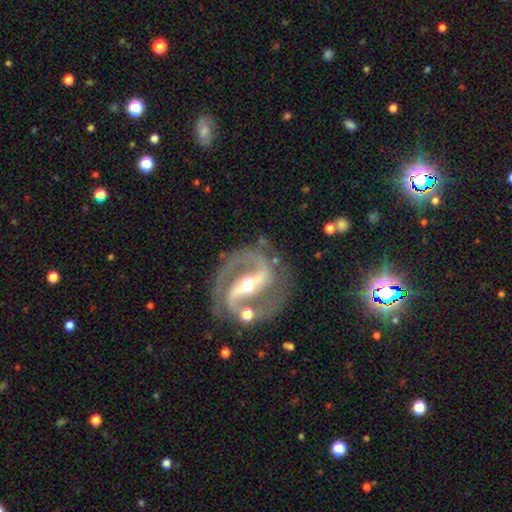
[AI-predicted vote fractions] A featured or disk galaxy (92%) with a strong bar (73%), 2 (93%) medium (61%) spiral arms (98%) and a moderate central bulge (59%).

Vote fractions:
- Smooth or featured? featured or disk: 92% / star or artifact: 5% / smooth: 3%
- Edge-on disk? no: 96% / yes: 4%
- Bar? strong: 73% / weak: 18% / no: 9%
- Spiral arms? yes: 98% / no: 2%
- Spiral winding? medium: 61% / tight: 25% / loose: 14%
- Spiral arm count? 2: 93% / can't tell: 2% / 3: 2% / 1: 1% / 4: 1% / more than 4: 1%
- Bulge size? moderate: 59% / small: 37% / large: 3% / none: 1% / dominant: 1%
- Merging? none: 78% / minor disturbance: 13% / major disturbance: 5% / merger: 4%